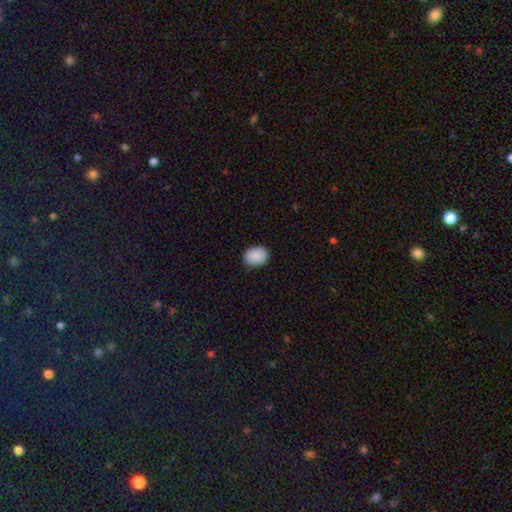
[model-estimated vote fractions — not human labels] Smooth or featured? smooth (90%)
How rounded? in between (59%)
Merging? none (86%)